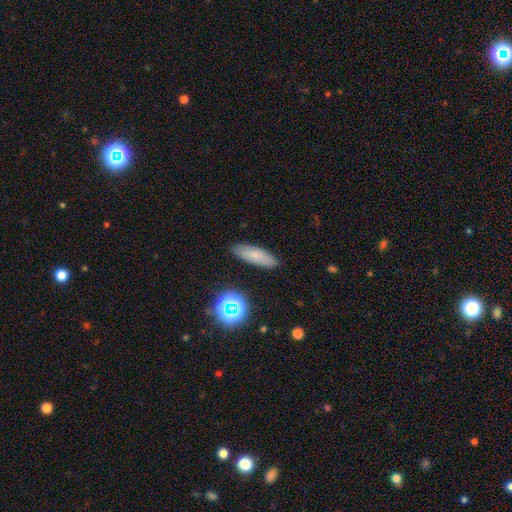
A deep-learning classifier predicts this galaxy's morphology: Smooth or featured? smooth (77%)
How rounded? cigar-shaped (51%)
Merging? none (87%)